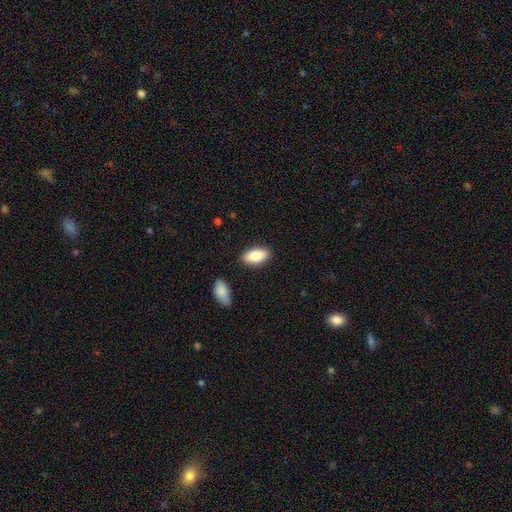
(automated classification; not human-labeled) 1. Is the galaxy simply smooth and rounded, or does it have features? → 85% smooth, 9% featured or disk, 6% star or artifact.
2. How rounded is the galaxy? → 92% in between, 5% cigar-shaped, 3% round.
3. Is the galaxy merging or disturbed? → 86% none, 9% minor disturbance, 2% merger, 2% major disturbance.